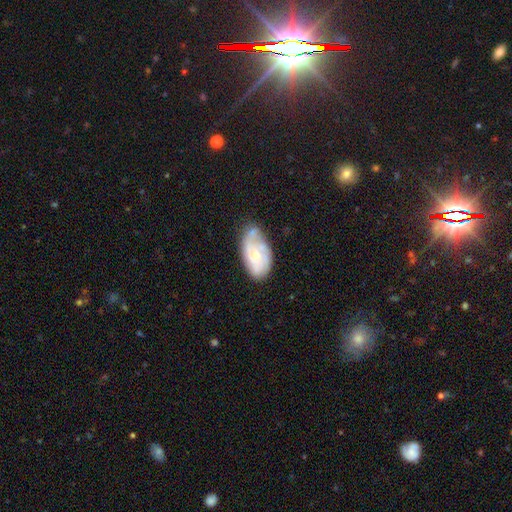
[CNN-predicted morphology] smooth_or_featured: featured or disk (p=0.54) [alt: smooth p=0.39]
disk_edge_on: no (p=0.95) [alt: yes p=0.05]
bar: no (p=0.77) [alt: weak p=0.20]
has_spiral_arms: yes (p=0.64) [alt: no p=0.36]
bulge_size: small (p=0.59) [alt: moderate p=0.32]
merging: none (p=0.47) [alt: minor disturbance p=0.34]